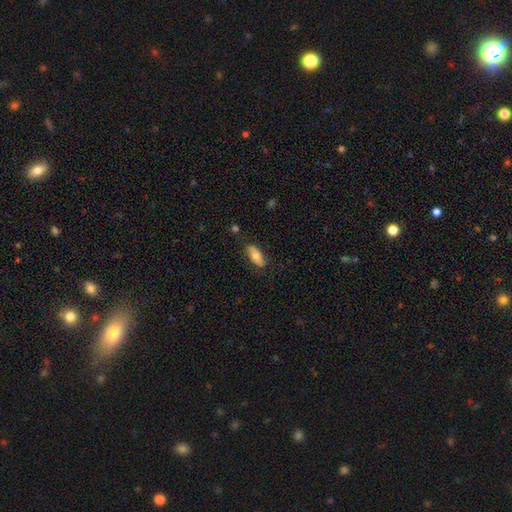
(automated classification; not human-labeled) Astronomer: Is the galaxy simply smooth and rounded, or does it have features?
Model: smooth — 74%.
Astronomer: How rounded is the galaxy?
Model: in between — 79%.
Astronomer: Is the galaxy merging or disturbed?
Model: none — 80%.